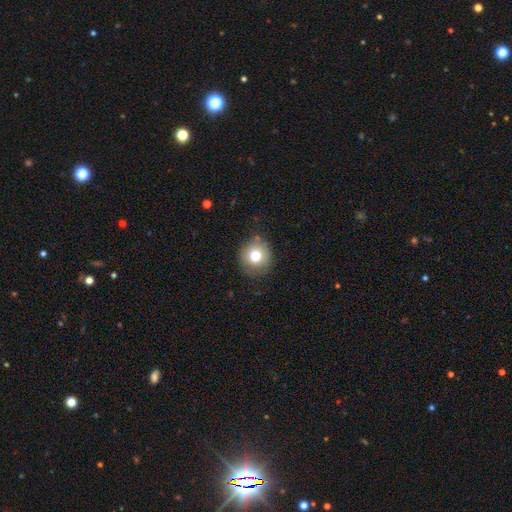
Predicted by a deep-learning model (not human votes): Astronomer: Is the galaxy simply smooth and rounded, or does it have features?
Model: smooth — 78%.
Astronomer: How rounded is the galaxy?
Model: round — 87%.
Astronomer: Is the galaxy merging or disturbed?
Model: none — 79%.